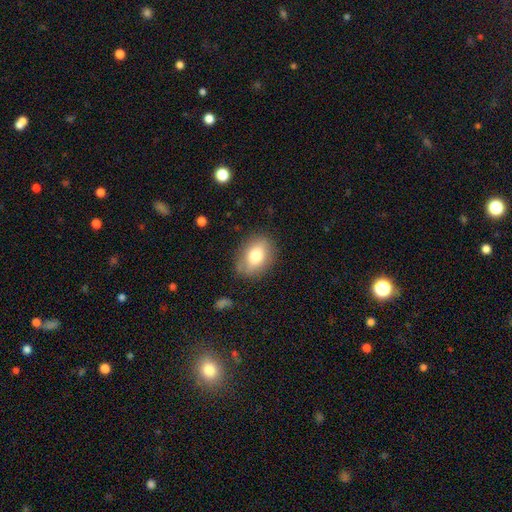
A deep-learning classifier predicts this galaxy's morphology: type=smooth (73%); roundness=in between (73%); merging=none (80%).